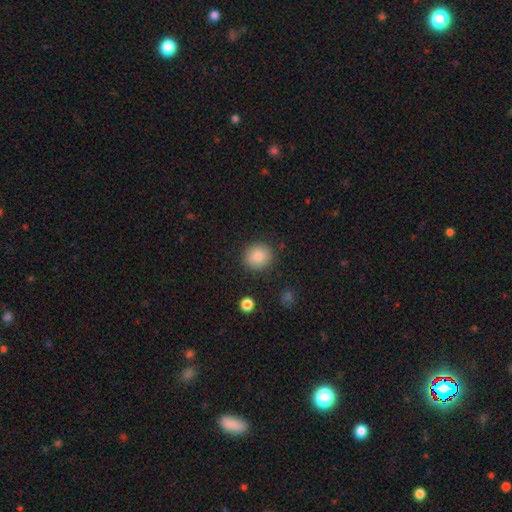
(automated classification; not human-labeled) Q: Smooth or featured?
A: smooth (85%); runner-up: star or artifact (9%)
Q: How rounded?
A: round (88%); runner-up: in between (11%)
Q: Merging?
A: none (89%); runner-up: minor disturbance (7%)